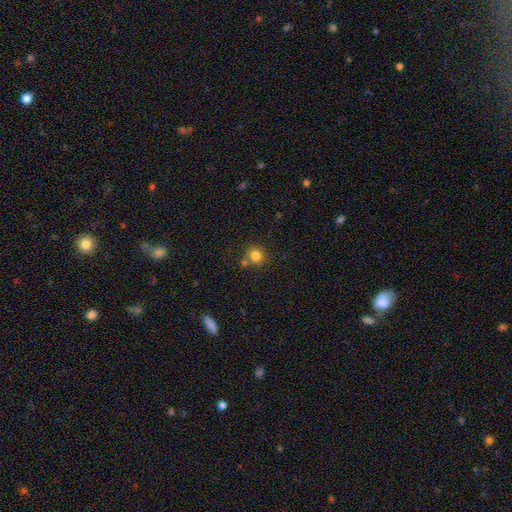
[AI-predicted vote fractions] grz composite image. It shows a smooth galaxy with no disk features (82%) that is round (90%). Merging: none (72%).